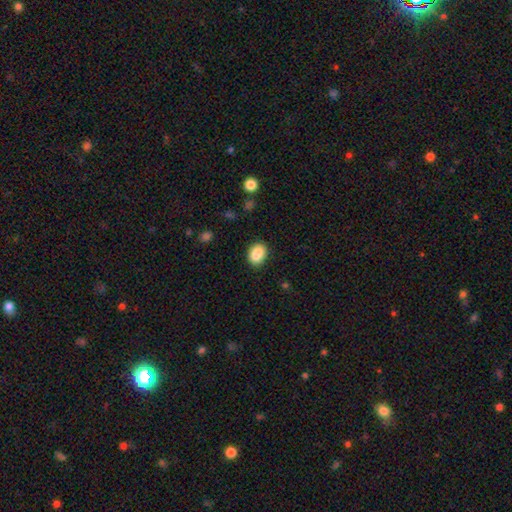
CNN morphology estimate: A smooth galaxy with no disk features (85%) that is in between round and cigar-shaped (71%).

Vote fractions:
- Smooth or featured? smooth: 85% / star or artifact: 8% / featured or disk: 7%
- How rounded? in between: 71% / round: 28% / cigar-shaped: 1%
- Merging? none: 74% / minor disturbance: 14% / merger: 9% / major disturbance: 3%